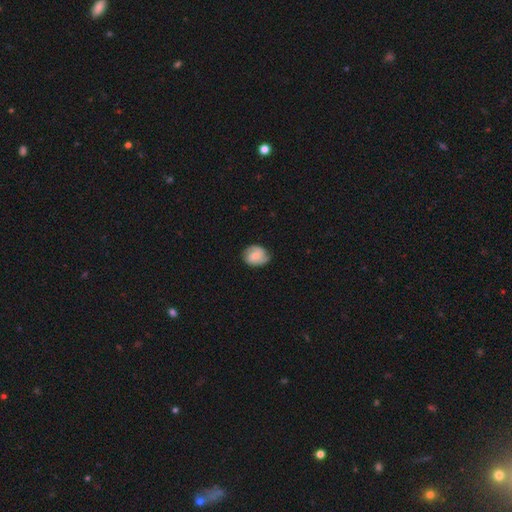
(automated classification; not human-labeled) Overall: smooth (47%; featured or disk 46%). Merging: none (69%).